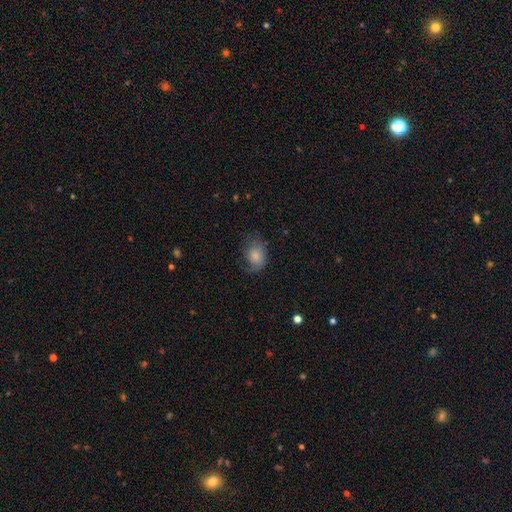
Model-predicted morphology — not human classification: Smooth or featured: smooth — 73% (featured or disk — 19%)
How rounded: in between — 64% (round — 35%)
Merging: none — 48% (minor disturbance — 30%)